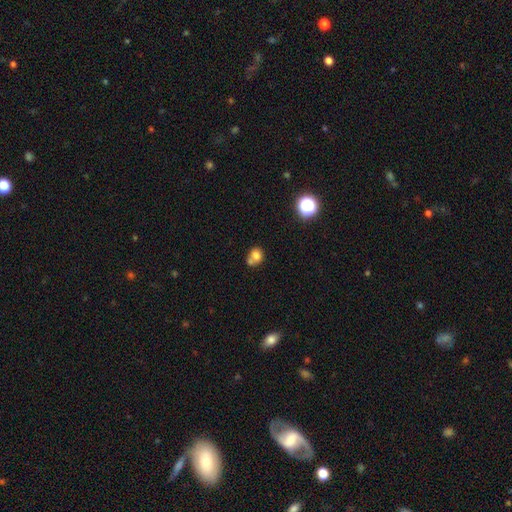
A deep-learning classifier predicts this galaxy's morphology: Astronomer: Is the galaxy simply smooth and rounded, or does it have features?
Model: smooth — 74%.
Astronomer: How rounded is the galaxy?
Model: round — 63%.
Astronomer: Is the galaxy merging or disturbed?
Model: merger — 47% (runner-up: none, 37%).